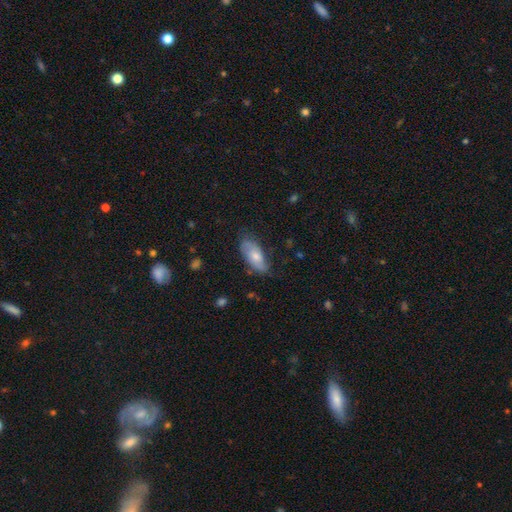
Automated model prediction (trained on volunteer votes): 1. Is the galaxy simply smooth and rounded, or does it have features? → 56% smooth, 38% featured or disk, 6% star or artifact.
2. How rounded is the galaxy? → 86% in between, 12% cigar-shaped, 3% round.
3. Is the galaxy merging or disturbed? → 66% none, 26% minor disturbance, 7% major disturbance, 2% merger.